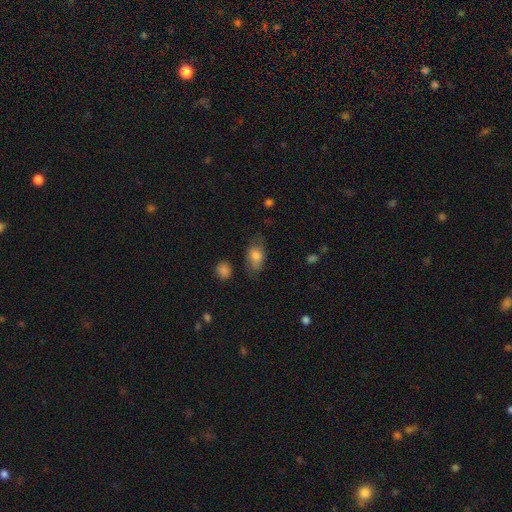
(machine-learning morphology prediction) The model was most divided on "merging": none: 65%, minor disturbance: 23%, major disturbance: 9%, merger: 3%. More confident: how rounded — in between (86%); smooth or featured — smooth (77%).